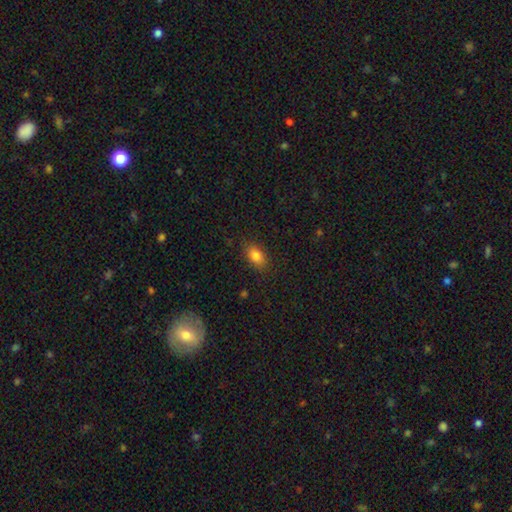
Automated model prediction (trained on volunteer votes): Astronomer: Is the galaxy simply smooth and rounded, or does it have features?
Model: smooth — 83%.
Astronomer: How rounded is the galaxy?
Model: in between — 84%.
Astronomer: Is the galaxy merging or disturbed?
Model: none — 85%.